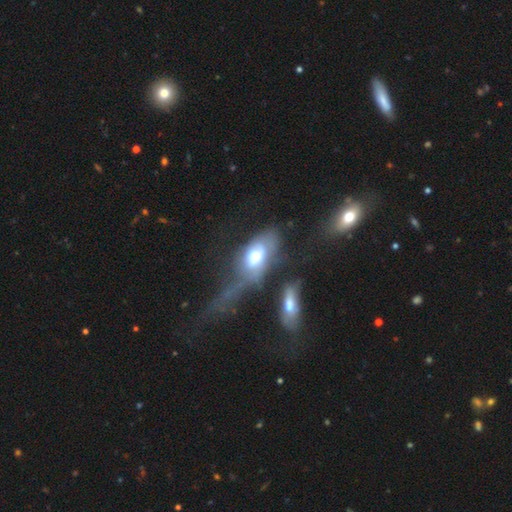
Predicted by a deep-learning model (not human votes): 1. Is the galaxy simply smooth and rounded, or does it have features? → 48% smooth, 43% featured or disk, 8% star or artifact.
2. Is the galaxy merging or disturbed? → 48% major disturbance, 18% merger, 18% none, 16% minor disturbance.